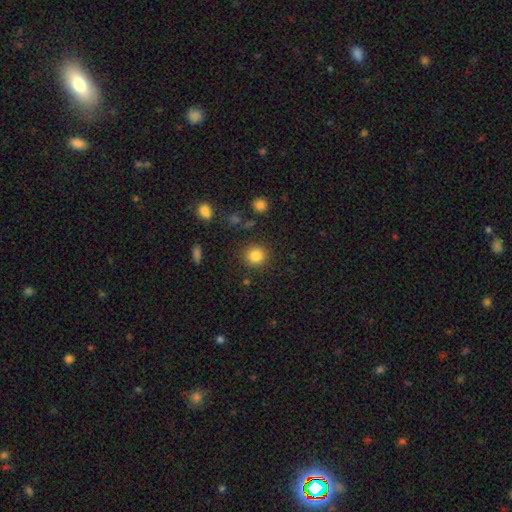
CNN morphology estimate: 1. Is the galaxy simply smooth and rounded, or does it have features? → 84% smooth, 11% star or artifact, 5% featured or disk.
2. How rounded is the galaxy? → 92% round, 7% in between, 1% cigar-shaped.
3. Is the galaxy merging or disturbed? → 89% none, 7% minor disturbance, 3% major disturbance, 2% merger.